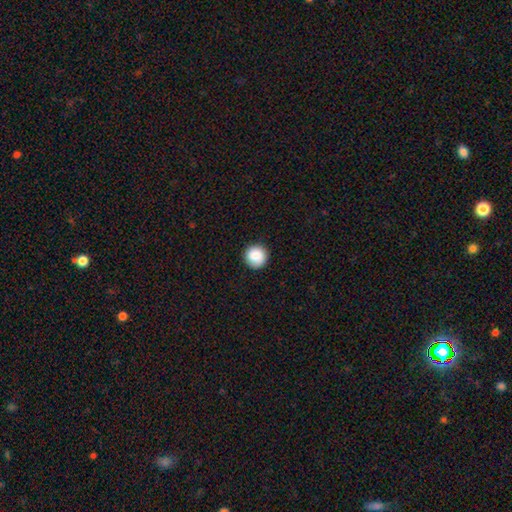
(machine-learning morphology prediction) smooth-or-featured: smooth: 86% | star or artifact: 8% | featured or disk: 7%
  how-rounded: round: 94% | in between: 5% | cigar-shaped: 1%
  merging: none: 89% | minor disturbance: 8% | major disturbance: 2% | merger: 1%